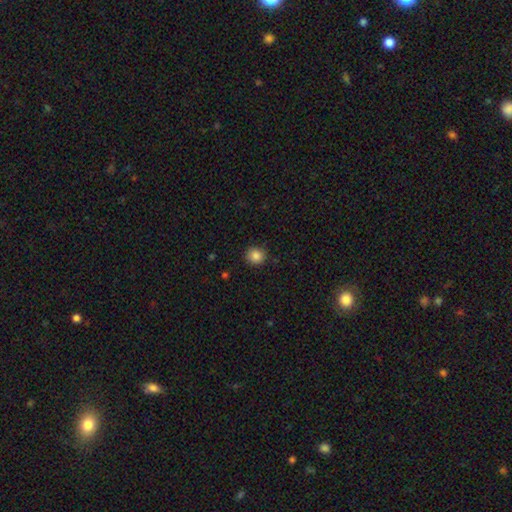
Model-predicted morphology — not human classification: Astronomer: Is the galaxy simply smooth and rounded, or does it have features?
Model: smooth — 86%.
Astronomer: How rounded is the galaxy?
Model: round — 89%.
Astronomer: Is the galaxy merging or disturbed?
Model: none — 90%.